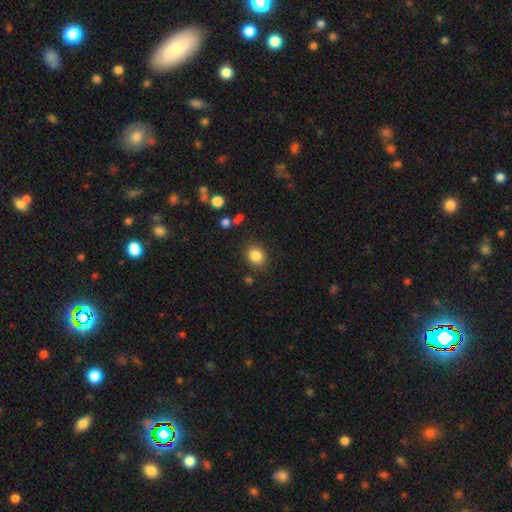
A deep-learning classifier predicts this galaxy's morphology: Smooth or featured? smooth (84%)
How rounded? round (67%)
Merging? none (83%)